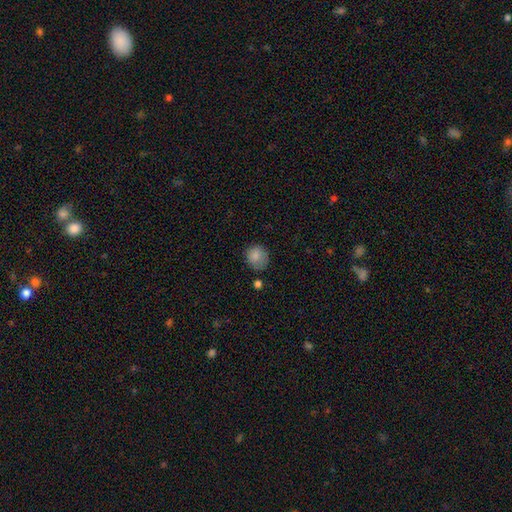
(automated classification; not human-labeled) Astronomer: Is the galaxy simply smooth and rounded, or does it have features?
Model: smooth — 85%.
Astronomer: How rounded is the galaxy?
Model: round — 80%.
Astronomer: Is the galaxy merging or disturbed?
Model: none — 65%.